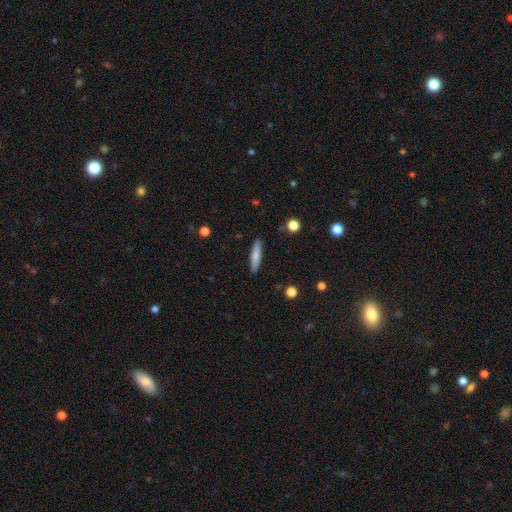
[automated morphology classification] This appears to be a smooth galaxy with no disk features (74%) that is cigar-shaped (86%). Merging: none (90%).